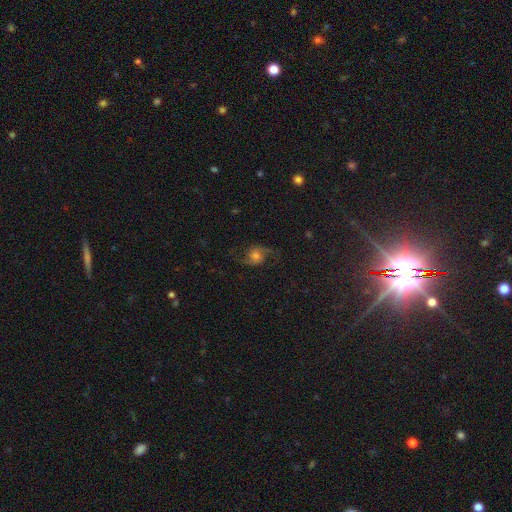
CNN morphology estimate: smooth_or_featured: featured or disk (p=0.70) [alt: smooth p=0.19]
disk_edge_on: no (p=0.97) [alt: yes p=0.03]
bar: no (p=0.67) [alt: weak p=0.27]
has_spiral_arms: yes (p=0.94) [alt: no p=0.06]
spiral_winding: loose (p=0.70) [alt: medium p=0.25]
spiral_arm_count: 2 (p=0.93) [alt: can't tell p=0.02]
bulge_size: moderate (p=0.54) [alt: small p=0.22]
merging: none (p=0.73) [alt: minor disturbance p=0.15]